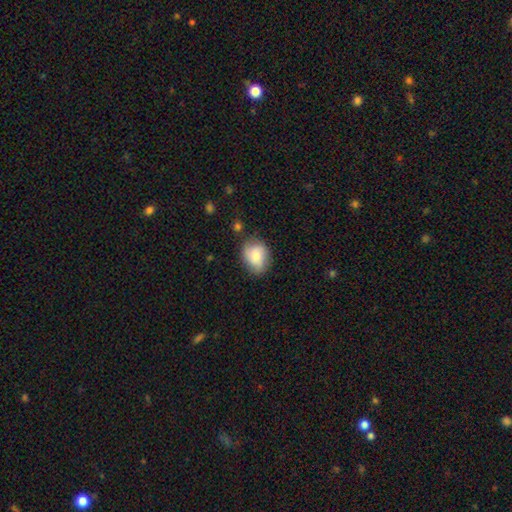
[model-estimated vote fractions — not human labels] Smooth or featured?
  - smooth: 80% *
  - featured or disk: 13%
  - star or artifact: 7%
How rounded?
  - in between: 59% *
  - round: 40%
  - cigar-shaped: 1%
Merging?
  - none: 70% *
  - minor disturbance: 22%
  - major disturbance: 5%
  - merger: 3%